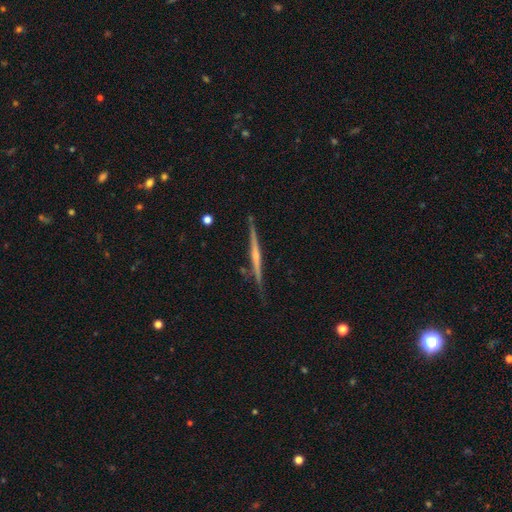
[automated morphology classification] Overall: featured or disk (79%). Edge-on disk: yes (98%). Edge-on bulge: rounded (58%; none 34%). Merging: none (85%).